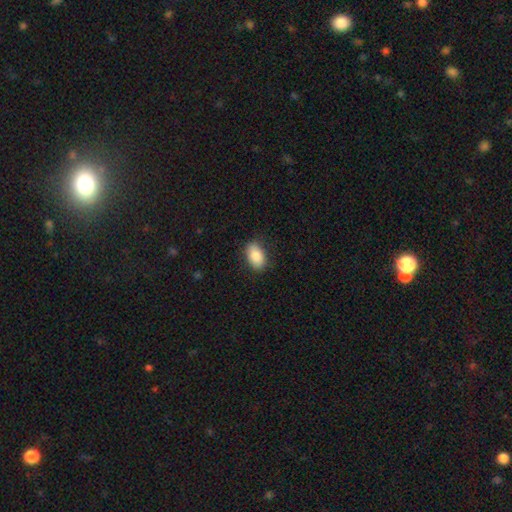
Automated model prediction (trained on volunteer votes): A smooth galaxy with no disk features (87%) that is in between round and cigar-shaped (91%).

Vote fractions:
- Smooth or featured? smooth: 87% / star or artifact: 7% / featured or disk: 6%
- How rounded? in between: 91% / round: 8% / cigar-shaped: 2%
- Merging? none: 85% / minor disturbance: 12% / major disturbance: 3% / merger: 1%